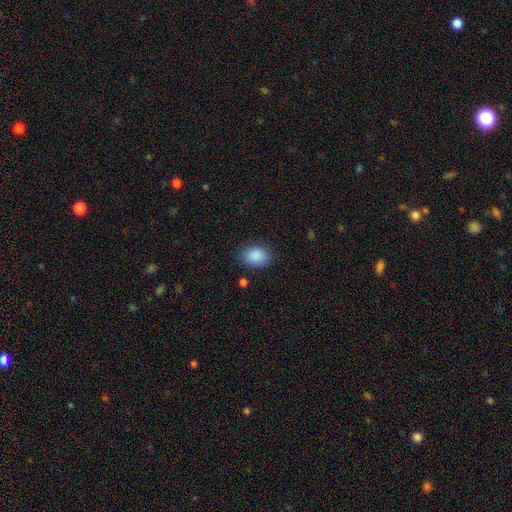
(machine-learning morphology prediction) Smooth or featured: smooth — 89% (star or artifact — 7%)
How rounded: in between — 66% (round — 33%)
Merging: none — 82% (minor disturbance — 13%)